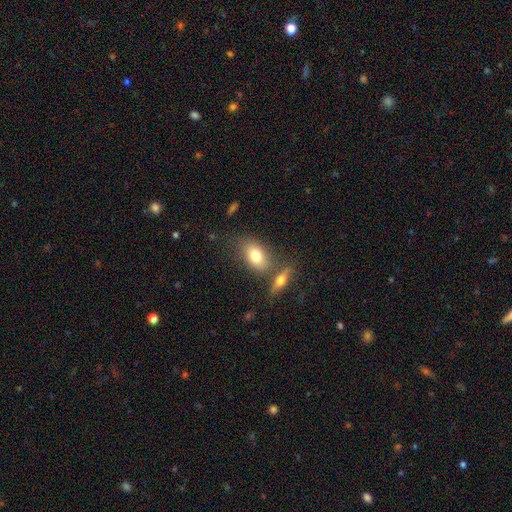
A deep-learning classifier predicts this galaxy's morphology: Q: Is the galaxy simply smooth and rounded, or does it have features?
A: smooth — 76%.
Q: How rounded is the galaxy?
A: in between — 83%.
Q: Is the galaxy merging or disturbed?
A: none — 60%.